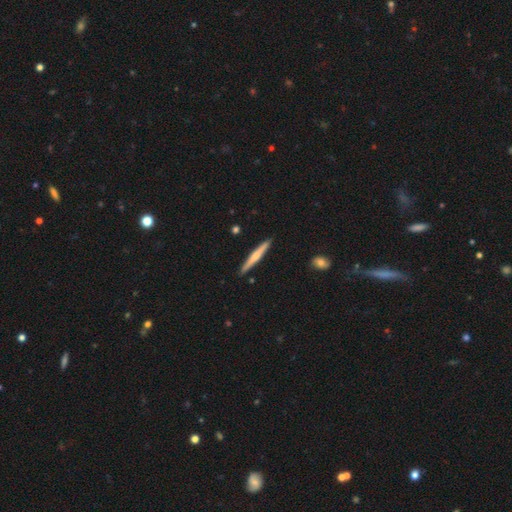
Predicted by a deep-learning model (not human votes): Q: Smooth or featured?
A: smooth (50%); runner-up: featured or disk (45%)
Q: Merging?
A: none (91%); runner-up: minor disturbance (7%)